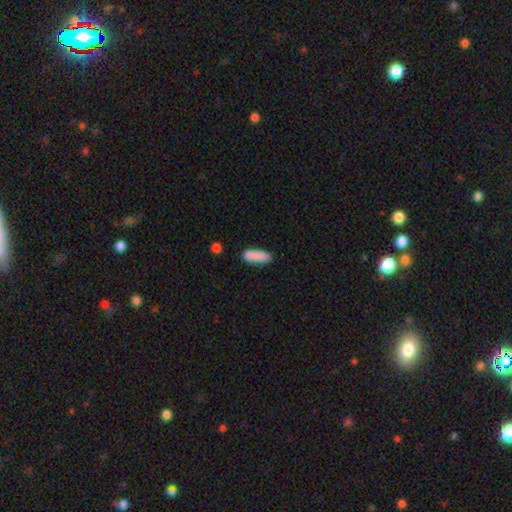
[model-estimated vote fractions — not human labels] smooth-or-featured: smooth: 88% | star or artifact: 7% | featured or disk: 6%
  how-rounded: cigar-shaped: 51% | in between: 47% | round: 2%
  merging: none: 79% | minor disturbance: 15% | major disturbance: 3% | merger: 3%